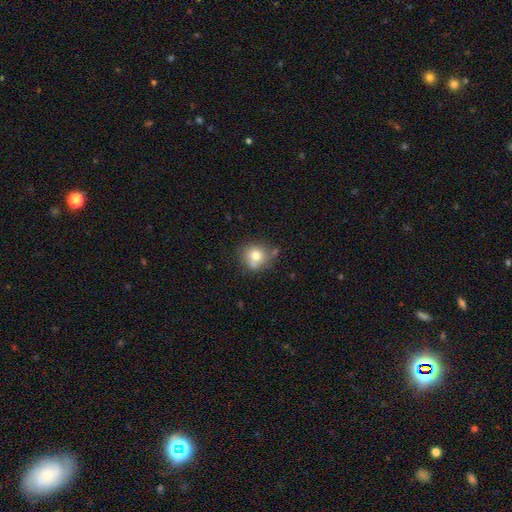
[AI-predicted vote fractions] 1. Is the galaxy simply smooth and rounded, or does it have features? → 75% smooth, 14% featured or disk, 11% star or artifact.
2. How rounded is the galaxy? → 82% round, 17% in between, 1% cigar-shaped.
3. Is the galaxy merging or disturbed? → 64% none, 20% minor disturbance, 11% merger, 5% major disturbance.